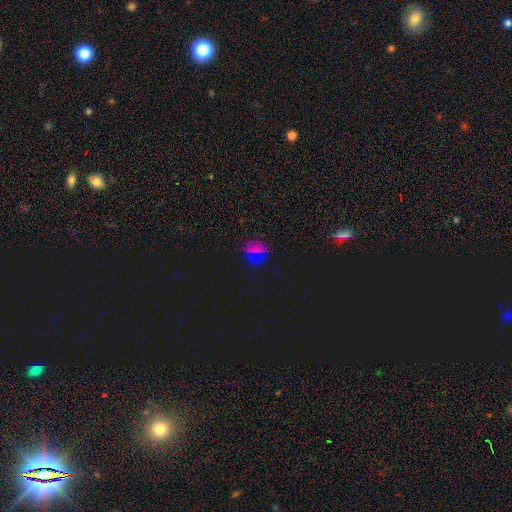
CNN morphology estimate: Smooth or featured? smooth (53%)
How rounded? round (81%)
Merging? none (86%)